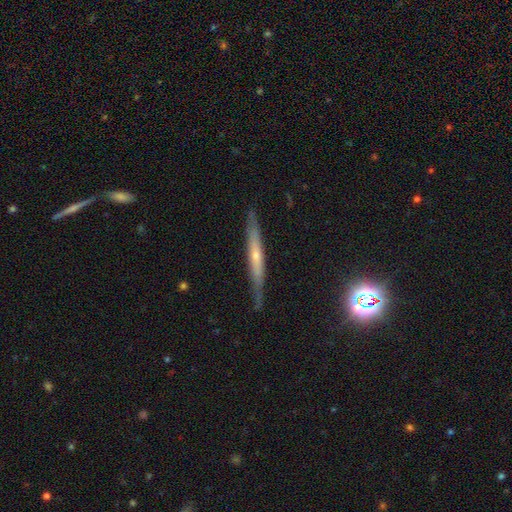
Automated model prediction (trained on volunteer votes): This is likely a featured or disk galaxy (61%). It is clearly viewed edge-on (92%). Edge-on bulge: possibly rounded (53%). Merging: clearly none (82%).